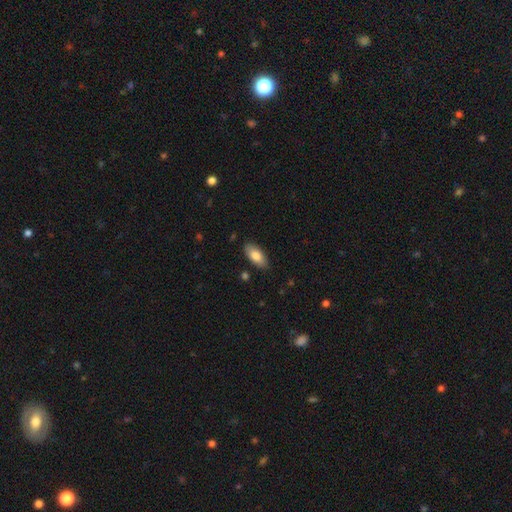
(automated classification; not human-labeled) The model was most divided on "smooth or featured": smooth: 81%, featured or disk: 13%, star or artifact: 6%. More confident: how rounded — in between (89%); merging — none (85%).